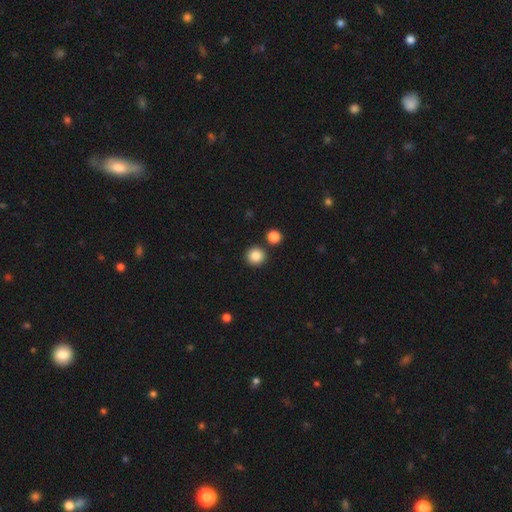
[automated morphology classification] smooth_or_featured: smooth (p=0.86) [alt: star or artifact p=0.10]
how_rounded: round (p=0.94) [alt: in between p=0.06]
merging: none (p=0.87) [alt: minor disturbance p=0.06]